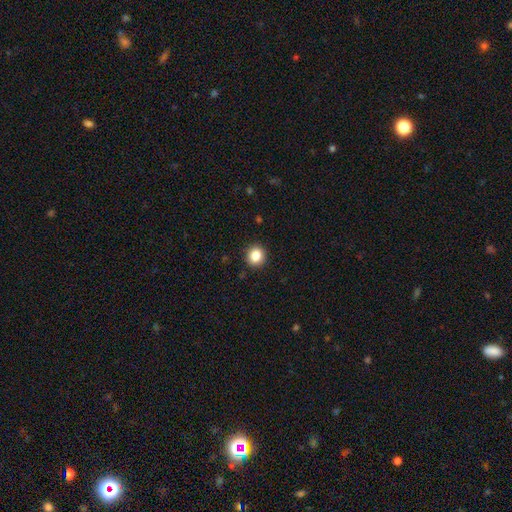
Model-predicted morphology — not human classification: This appears to be a smooth galaxy with no disk features (85%) that is round (90%). Merging: none (92%).